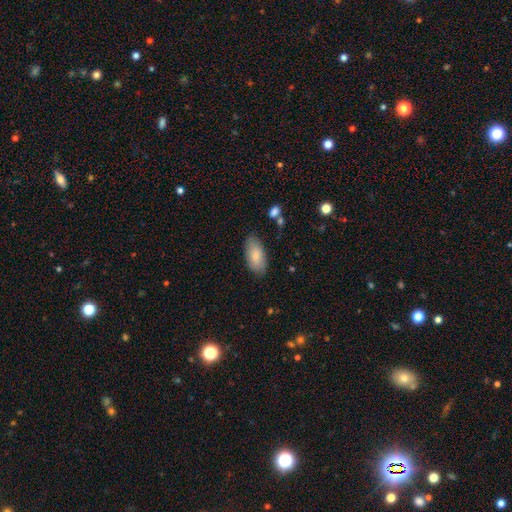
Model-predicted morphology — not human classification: A smooth galaxy with no disk features (84%) that is in between round and cigar-shaped (94%). Merging: none (81%).